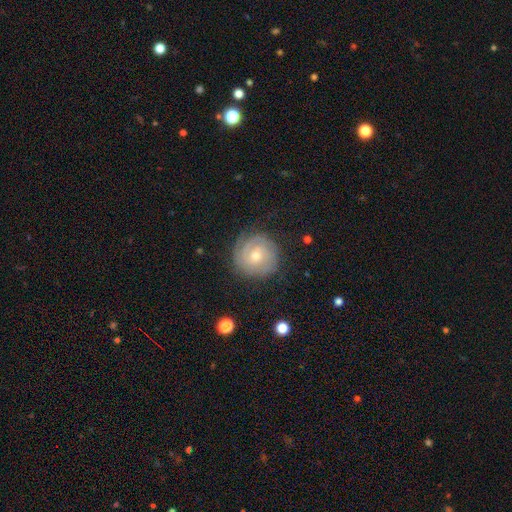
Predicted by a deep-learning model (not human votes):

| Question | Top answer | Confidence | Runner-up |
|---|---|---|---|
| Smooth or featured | featured or disk | 70% | smooth (23%) |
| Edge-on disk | no | 97% | yes (3%) |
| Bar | no | 72% | weak (24%) |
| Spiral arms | yes | 91% | no (9%) |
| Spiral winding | tight | 76% | medium (19%) |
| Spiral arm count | can't tell | 37% | 2 (30%) |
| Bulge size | moderate | 53% | small (42%) |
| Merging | none | 80% | minor disturbance (13%) |